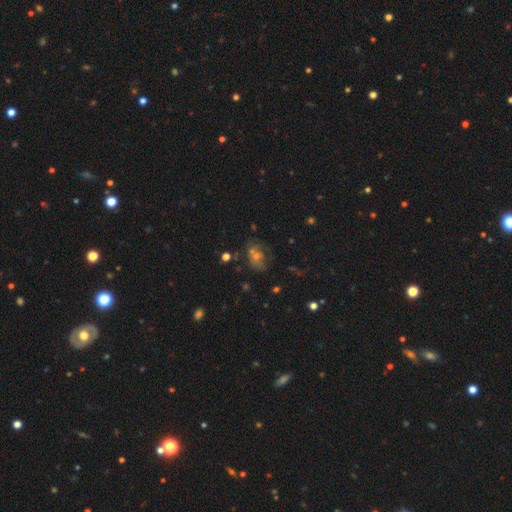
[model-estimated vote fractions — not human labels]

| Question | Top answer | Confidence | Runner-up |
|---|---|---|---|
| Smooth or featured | featured or disk | 37% | smooth (34%) |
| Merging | none | 59% | minor disturbance (20%) |